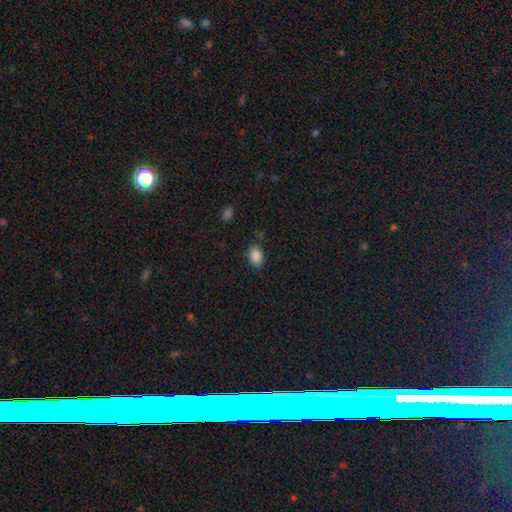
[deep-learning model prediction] Smooth or featured? smooth (87%)
How rounded? in between (88%)
Merging? none (77%)